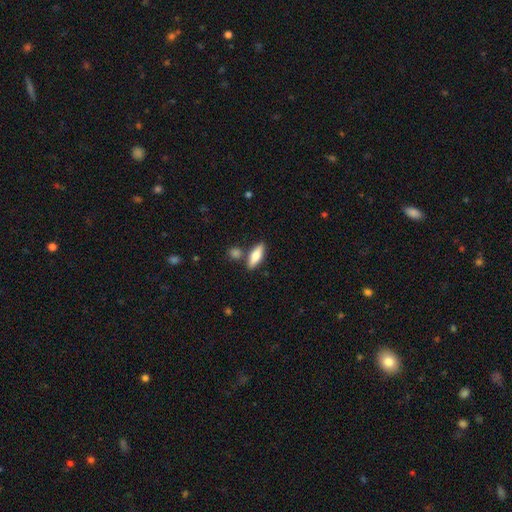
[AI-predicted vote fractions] Smooth or featured: smooth — 68% (featured or disk — 26%)
How rounded: in between — 55% (cigar-shaped — 41%)
Merging: none — 79% (minor disturbance — 10%)